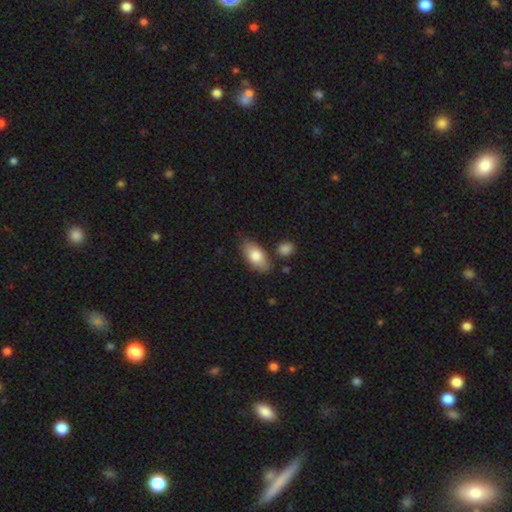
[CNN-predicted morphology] A smooth galaxy with no disk features (78%) that is in between round and cigar-shaped (90%).

Vote fractions:
- Smooth or featured? smooth: 78% / featured or disk: 16% / star or artifact: 6%
- How rounded? in between: 90% / cigar-shaped: 7% / round: 4%
- Merging? none: 77% / minor disturbance: 14% / merger: 5% / major disturbance: 3%